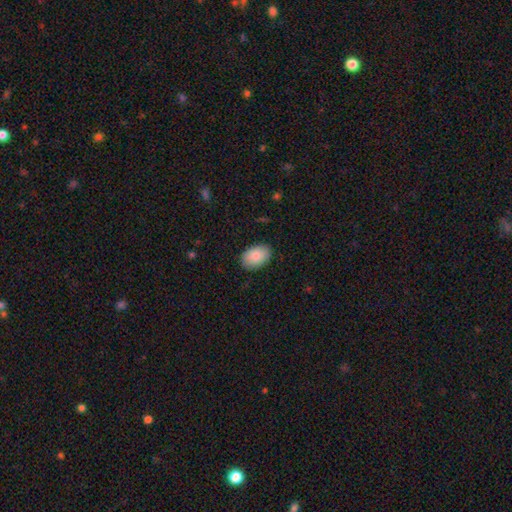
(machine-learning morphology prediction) type=smooth (86%); roundness=in between (88%); merging=none (86%).